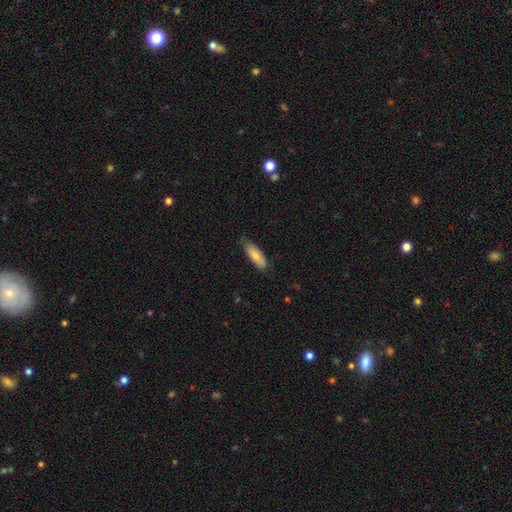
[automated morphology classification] smooth_or_featured: smooth (p=0.78) [alt: featured or disk p=0.16]
how_rounded: in between (p=0.59) [alt: cigar-shaped p=0.39]
merging: none (p=0.73) [alt: minor disturbance p=0.22]